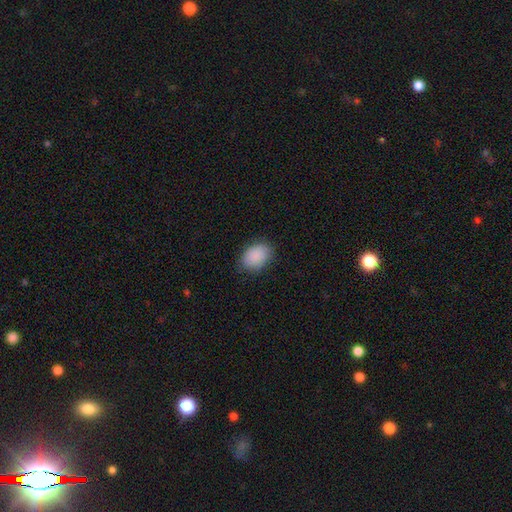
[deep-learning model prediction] This appears to be a smooth galaxy with no disk features (89%) that is in between round and cigar-shaped (79%). Merging: none (81%).